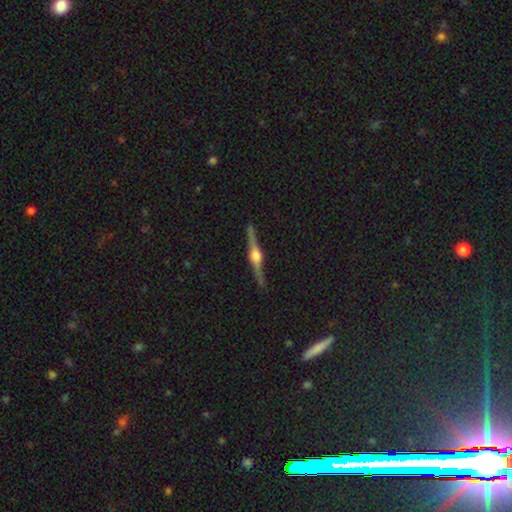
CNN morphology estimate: A featured or disk galaxy (86%) viewed edge-on (98%) with a rounded central bulge (93%).

Vote fractions:
- Smooth or featured? featured or disk: 86% / smooth: 8% / star or artifact: 5%
- Edge-on disk? yes: 98% / no: 2%
- Edge-on bulge? rounded: 93% / boxy: 5% / none: 2%
- Merging? none: 90% / minor disturbance: 7% / major disturbance: 1% / merger: 1%